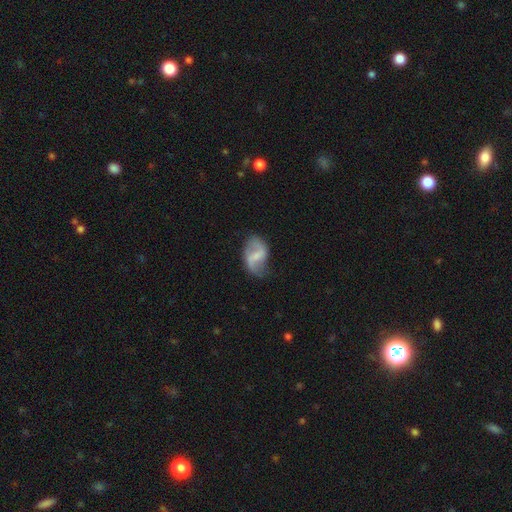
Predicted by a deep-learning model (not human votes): A featured or disk galaxy (67%) with a weak bar (53%), 2 (86%) loose (66%) spiral arms (85%) and a small central bulge (42%).

Vote fractions:
- Smooth or featured? featured or disk: 67% / smooth: 26% / star or artifact: 6%
- Edge-on disk? no: 97% / yes: 3%
- Bar? weak: 53% / strong: 27% / no: 20%
- Spiral arms? yes: 85% / no: 15%
- Spiral winding? loose: 66% / medium: 26% / tight: 7%
- Spiral arm count? 2: 86% / can't tell: 6% / 1: 5% / 3: 1% / 4: 1% / more than 4: 1%
- Bulge size? small: 42% / none: 30% / moderate: 24% / large: 3% / dominant: 1%
- Merging? none: 64% / minor disturbance: 24% / major disturbance: 10% / merger: 2%